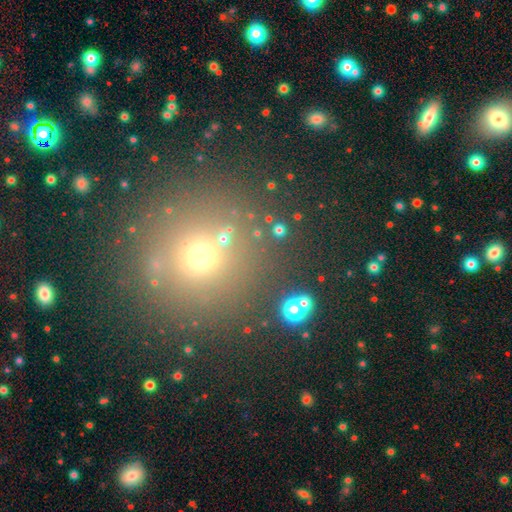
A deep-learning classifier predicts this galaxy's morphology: A smooth galaxy with no disk features (53%) that is round (92%). Merging: none (81%).